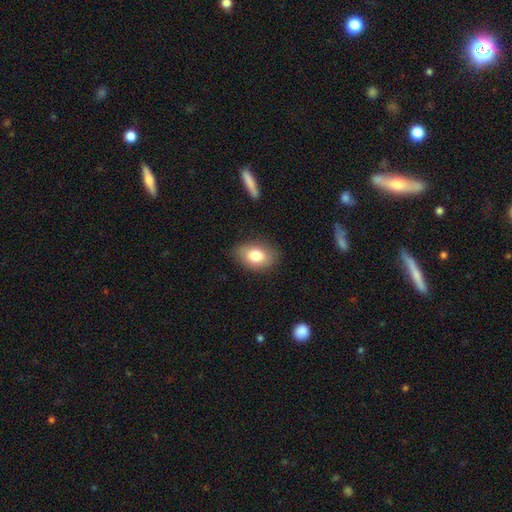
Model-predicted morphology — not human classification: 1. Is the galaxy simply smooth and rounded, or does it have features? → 79% smooth, 13% featured or disk, 8% star or artifact.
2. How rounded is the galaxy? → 83% in between, 16% round, 1% cigar-shaped.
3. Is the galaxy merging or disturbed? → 80% none, 15% minor disturbance, 4% major disturbance, 2% merger.